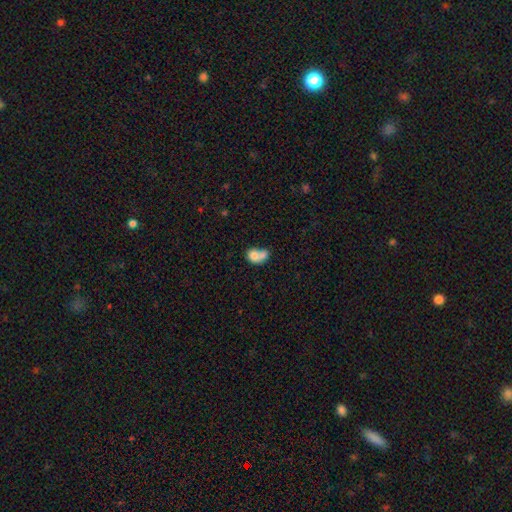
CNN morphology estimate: Smooth or featured: smooth — 71% (featured or disk — 20%)
How rounded: in between — 54% (round — 44%)
Merging: merger — 63% (none — 19%)